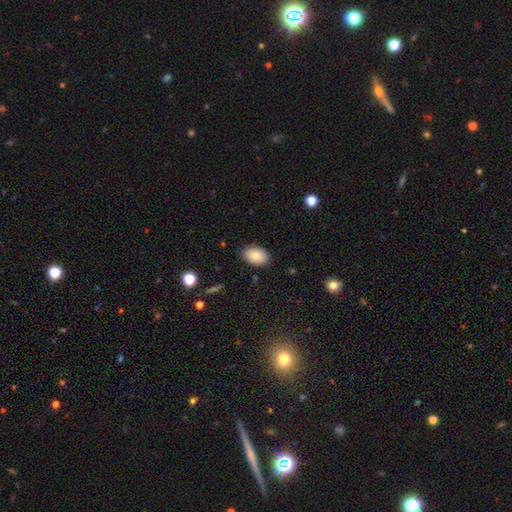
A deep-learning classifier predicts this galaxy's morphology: Overall: smooth (85%). How rounded: in between (90%). Merging: none (86%).